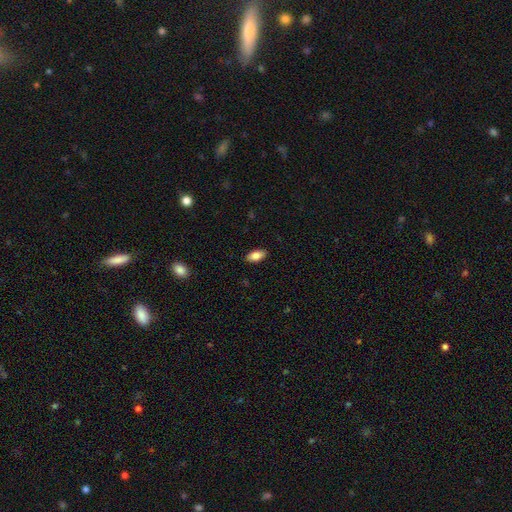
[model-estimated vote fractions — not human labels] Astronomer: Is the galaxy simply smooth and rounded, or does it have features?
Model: smooth — 84%.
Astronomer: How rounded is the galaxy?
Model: in between — 92%.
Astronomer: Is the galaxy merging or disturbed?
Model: none — 89%.